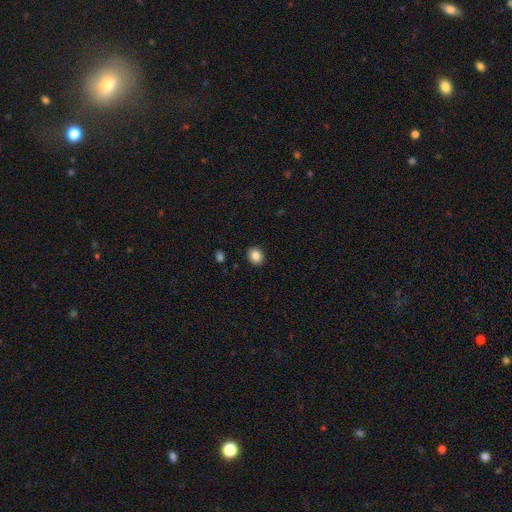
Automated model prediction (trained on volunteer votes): The model was most divided on "how rounded": round: 59%, in between: 40%, cigar-shaped: 1%. More confident: merging — none (91%); smooth or featured — smooth (86%).